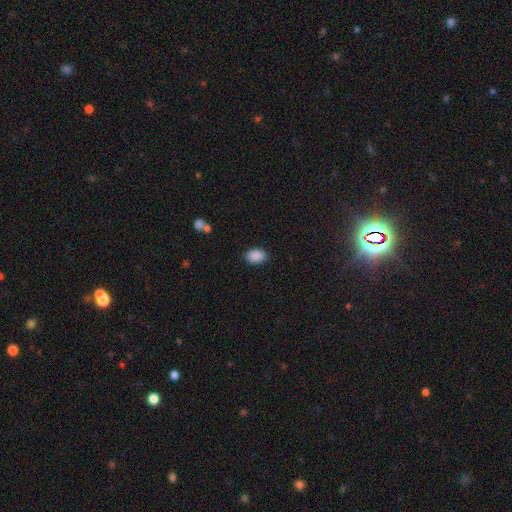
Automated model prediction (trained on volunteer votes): Smooth or featured?
  - smooth: 89% *
  - star or artifact: 8%
  - featured or disk: 3%
How rounded?
  - in between: 80% *
  - round: 19%
  - cigar-shaped: 1%
Merging?
  - none: 87% *
  - minor disturbance: 9%
  - major disturbance: 2%
  - merger: 1%